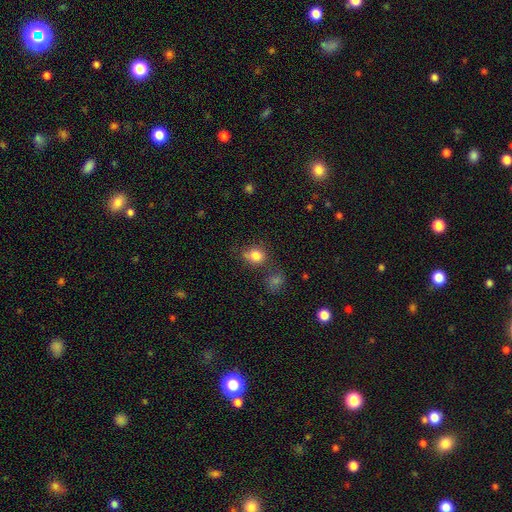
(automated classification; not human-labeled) Morphology: type=smooth (82%); roundness=round (71%); merging=none (60%).